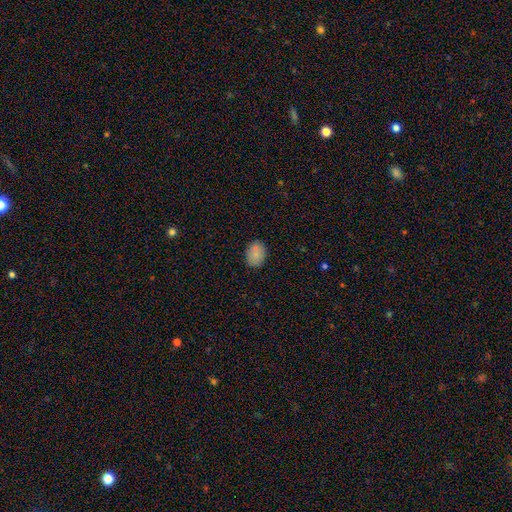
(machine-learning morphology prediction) A smooth galaxy with no disk features (84%) that is in between round and cigar-shaped (72%). Merging: none (82%).